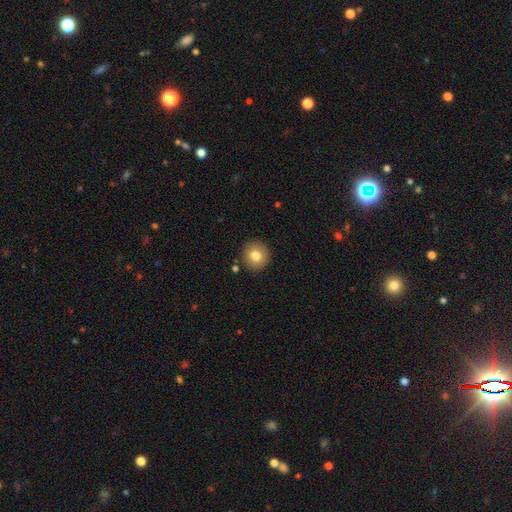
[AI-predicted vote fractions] The model was most divided on "smooth or featured": smooth: 78%, featured or disk: 12%, star or artifact: 10%. More confident: how rounded — round (89%); merging — none (89%).